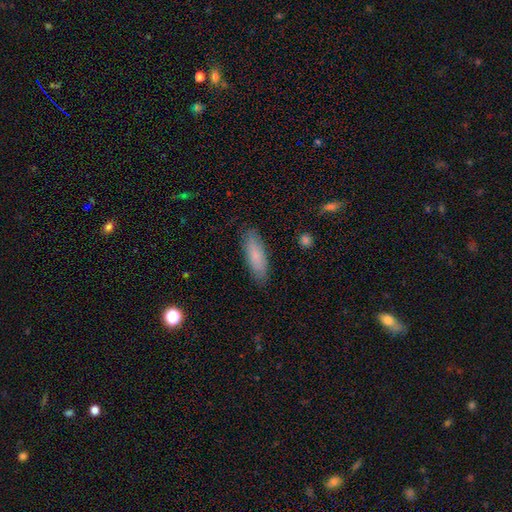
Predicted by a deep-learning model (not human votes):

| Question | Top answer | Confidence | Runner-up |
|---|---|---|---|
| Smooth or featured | smooth | 80% | featured or disk (14%) |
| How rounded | in between | 51% | cigar-shaped (47%) |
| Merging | none | 85% | minor disturbance (11%) |